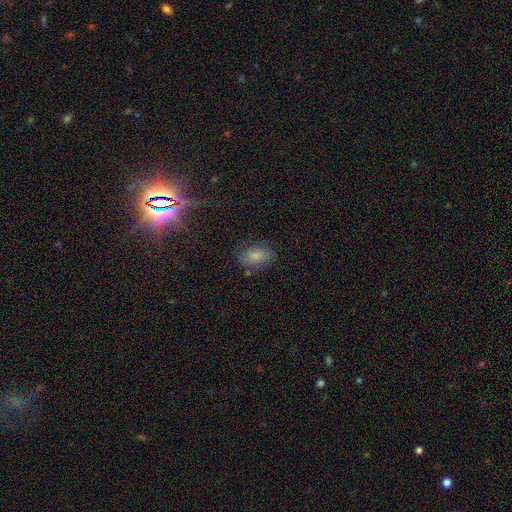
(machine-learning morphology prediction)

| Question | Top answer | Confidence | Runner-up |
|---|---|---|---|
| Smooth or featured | smooth | 80% | featured or disk (10%) |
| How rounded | in between | 87% | round (11%) |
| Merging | none | 77% | minor disturbance (15%) |